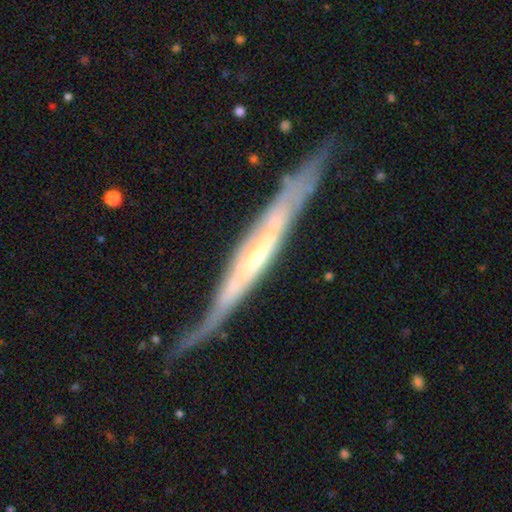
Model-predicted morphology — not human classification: type=featured or disk (81%); edge-on=yes (79%); edge-on bulge=none (48%); merging=none (67%).